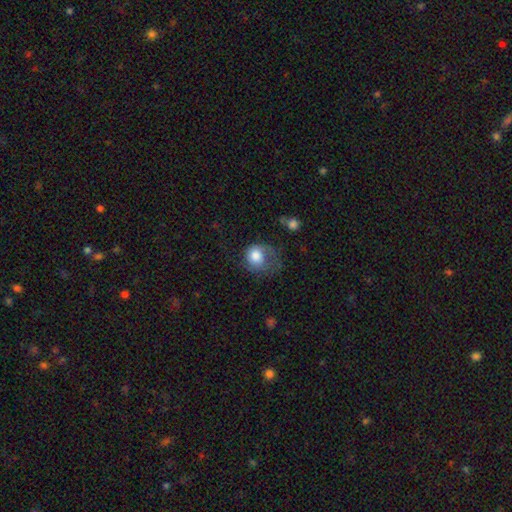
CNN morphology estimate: Smooth or featured? Predicted: smooth (p=0.72). How rounded? Predicted: round (p=0.68). Merging? Predicted: major disturbance (p=0.40).